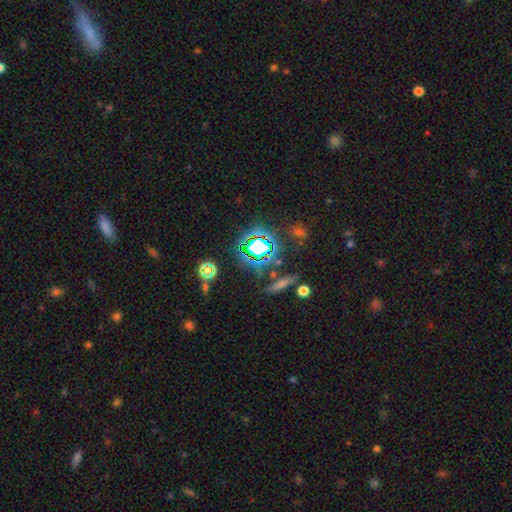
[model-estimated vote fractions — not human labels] Overall: star or artifact (75%).